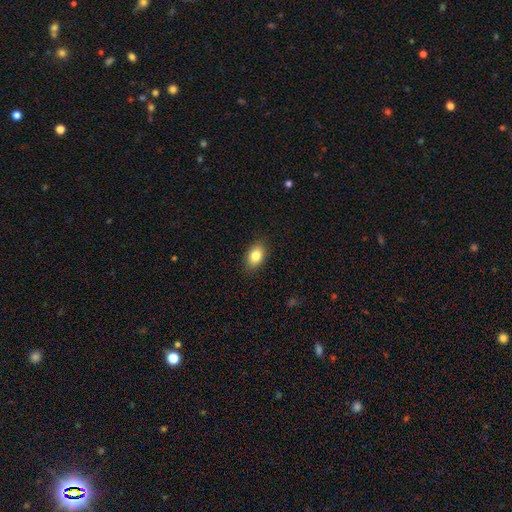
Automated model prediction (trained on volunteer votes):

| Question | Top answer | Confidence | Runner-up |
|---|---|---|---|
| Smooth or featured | smooth | 83% | featured or disk (9%) |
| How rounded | in between | 86% | round (13%) |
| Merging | none | 88% | minor disturbance (9%) |